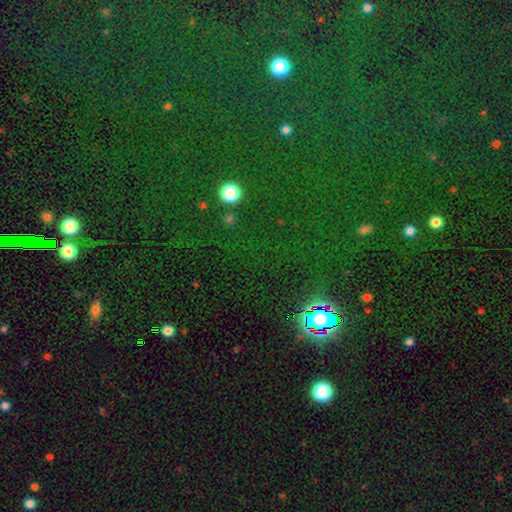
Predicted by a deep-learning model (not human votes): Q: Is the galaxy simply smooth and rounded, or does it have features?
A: star or artifact — 77%.